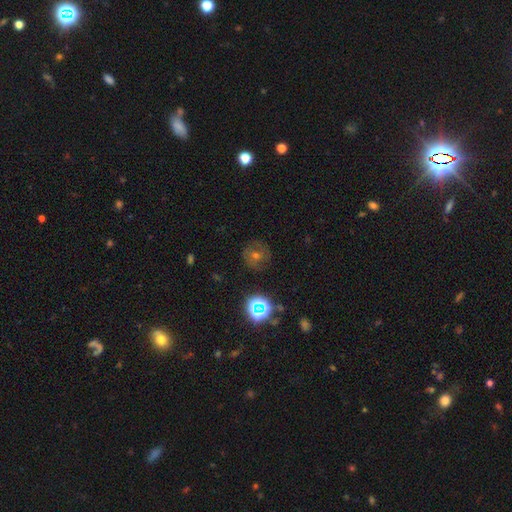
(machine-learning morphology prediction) Smooth or featured? featured or disk (36%)
Merging? none (81%)